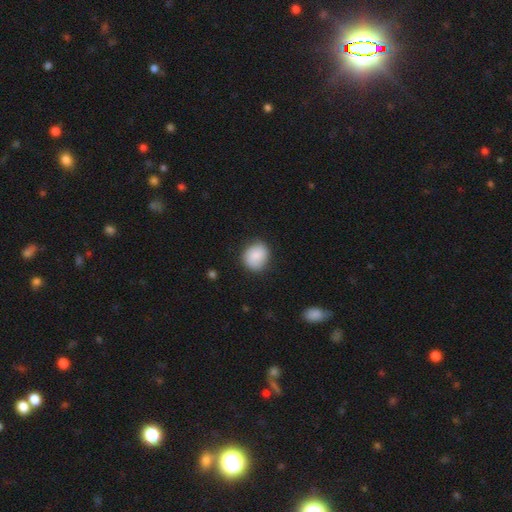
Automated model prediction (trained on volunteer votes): Smooth or featured? Predicted: smooth (p=0.85). How rounded? Predicted: round (p=0.73). Merging? Predicted: none (p=0.82).